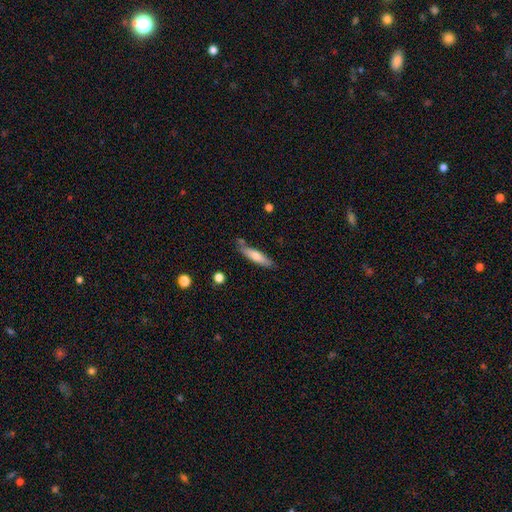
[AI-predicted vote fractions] smooth 63%, featured or disk 31%, star or artifact 6%. Down the decision tree: how rounded — cigar-shaped (77%); merging — none (75%).